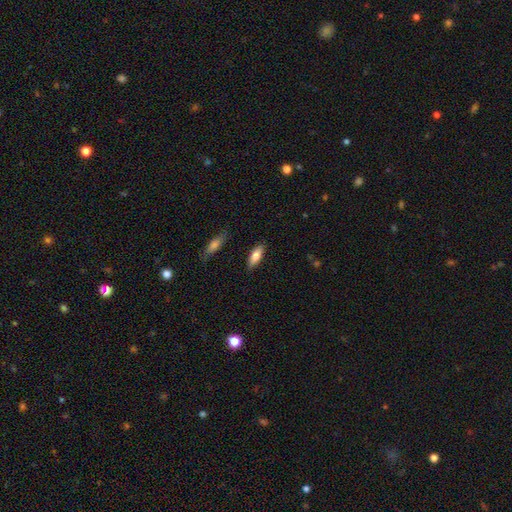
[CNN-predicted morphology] A smooth galaxy with no disk features (80%) that is in between round and cigar-shaped (70%). Merging: none (85%).